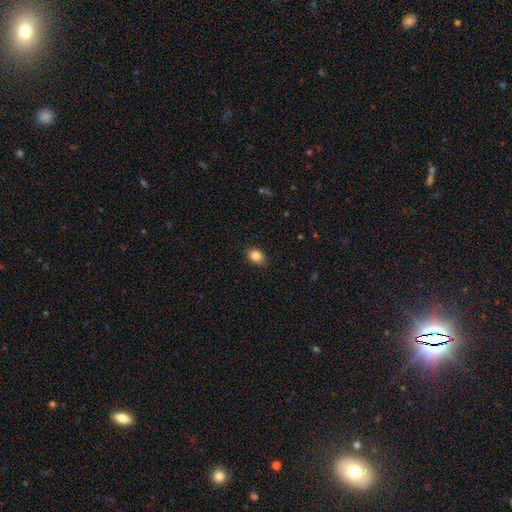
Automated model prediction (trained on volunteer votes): Q: Smooth or featured?
A: smooth (85%); runner-up: star or artifact (9%)
Q: How rounded?
A: in between (64%); runner-up: round (35%)
Q: Merging?
A: none (87%); runner-up: minor disturbance (10%)